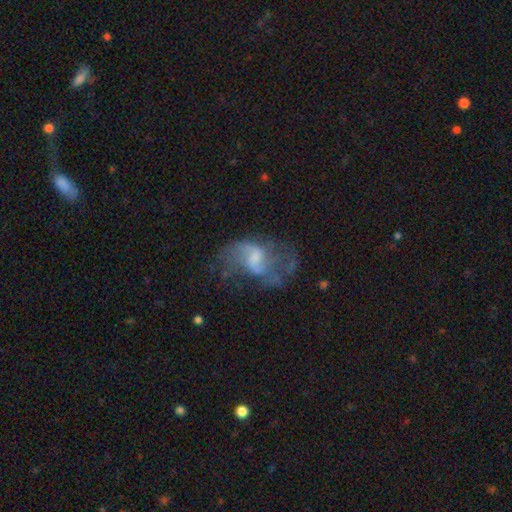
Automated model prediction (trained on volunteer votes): A featured or disk galaxy (67%) with a weak bar (48%), spiral arms (73%) and a small central bulge (38%). Merging: none (51%).